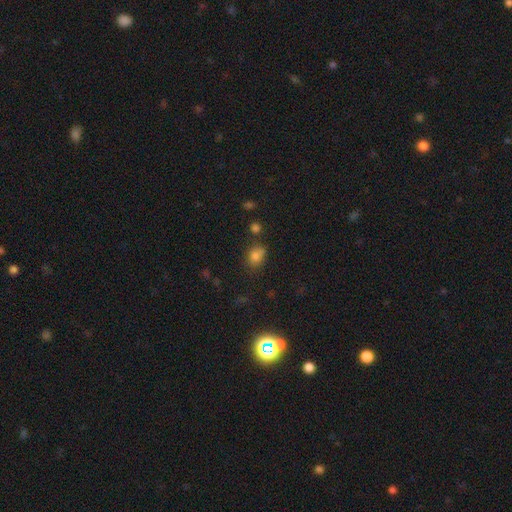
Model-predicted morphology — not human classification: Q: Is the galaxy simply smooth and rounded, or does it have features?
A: smooth — 79%.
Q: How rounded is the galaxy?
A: in between — 57%.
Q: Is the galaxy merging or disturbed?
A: none — 60%.